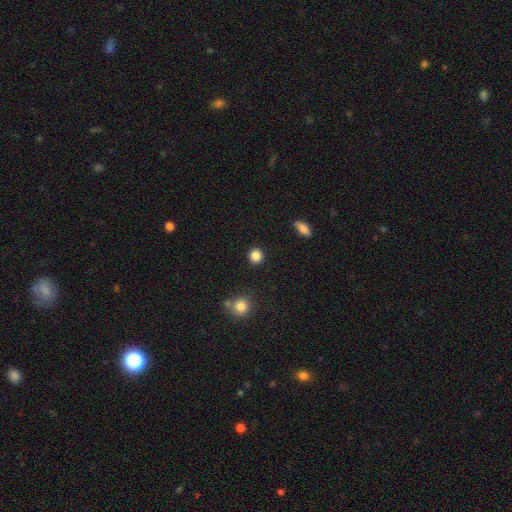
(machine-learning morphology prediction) Smooth or featured? Predicted: smooth (p=0.86). How rounded? Predicted: round (p=0.89). Merging? Predicted: none (p=0.91).